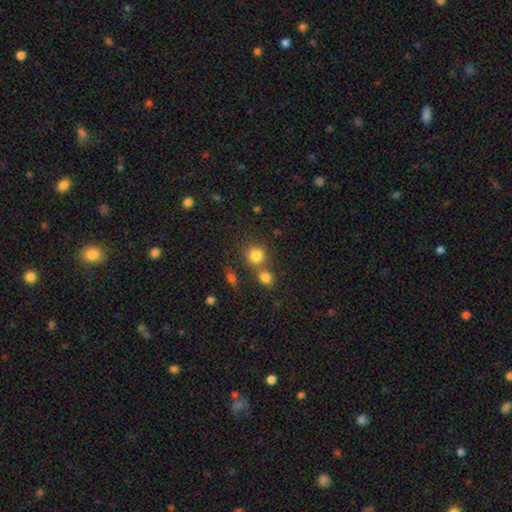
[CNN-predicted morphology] smooth_or_featured: smooth (p=0.81) [alt: star or artifact p=0.11]
how_rounded: round (p=0.83) [alt: in between p=0.16]
merging: none (p=0.52) [alt: merger p=0.36]